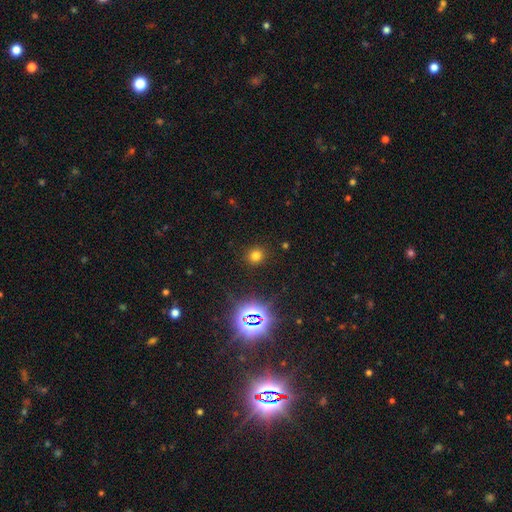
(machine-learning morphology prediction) smooth 70%, star or artifact 24%, featured or disk 6%. Down the decision tree: how rounded — round (85%); merging — none (89%).